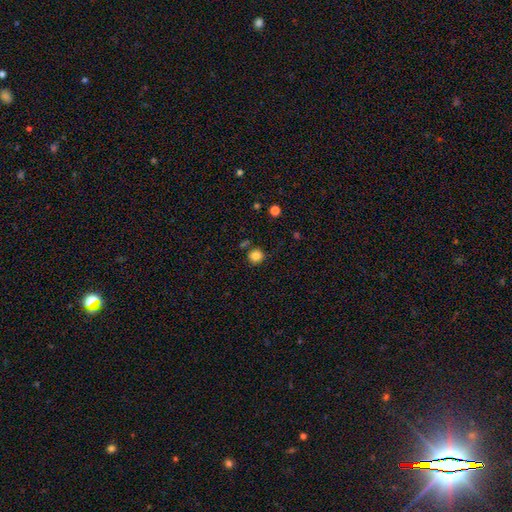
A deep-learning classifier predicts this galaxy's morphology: This is clearly a smooth galaxy (84%). How rounded: clearly round (92%). Merging: clearly none (83%).